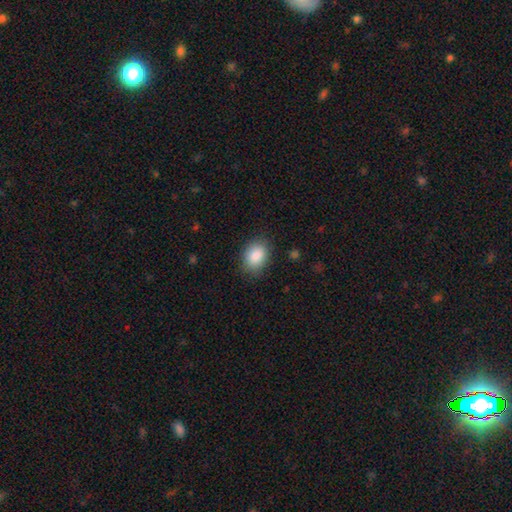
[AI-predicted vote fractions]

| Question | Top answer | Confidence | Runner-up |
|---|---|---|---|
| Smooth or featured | smooth | 88% | star or artifact (7%) |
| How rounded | in between | 76% | round (23%) |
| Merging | none | 83% | minor disturbance (13%) |